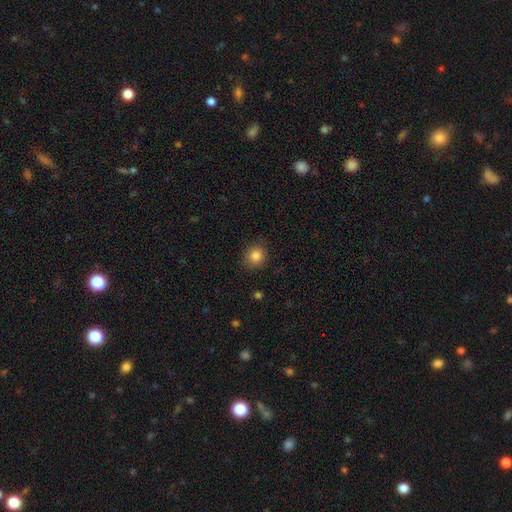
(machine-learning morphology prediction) type=smooth (85%); roundness=round (77%); merging=none (84%).